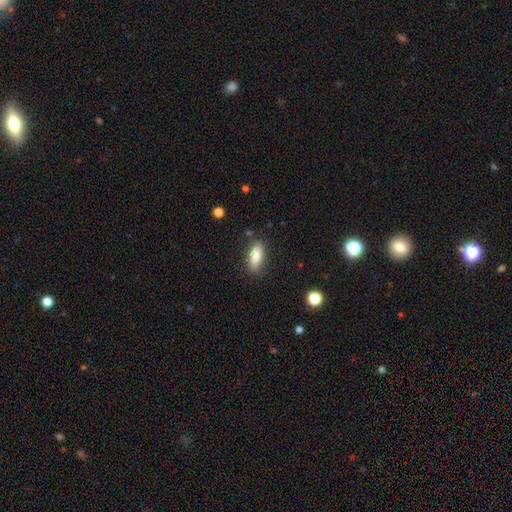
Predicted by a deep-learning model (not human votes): Smooth or featured: smooth — 82% (featured or disk — 11%)
How rounded: in between — 77% (cigar-shaped — 20%)
Merging: none — 84% (minor disturbance — 11%)